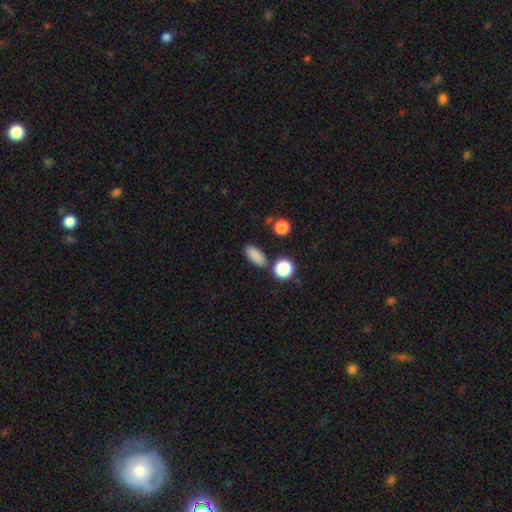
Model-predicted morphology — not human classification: Smooth or featured: smooth — 84% (star or artifact — 11%)
How rounded: in between — 81% (round — 10%)
Merging: none — 82% (minor disturbance — 9%)